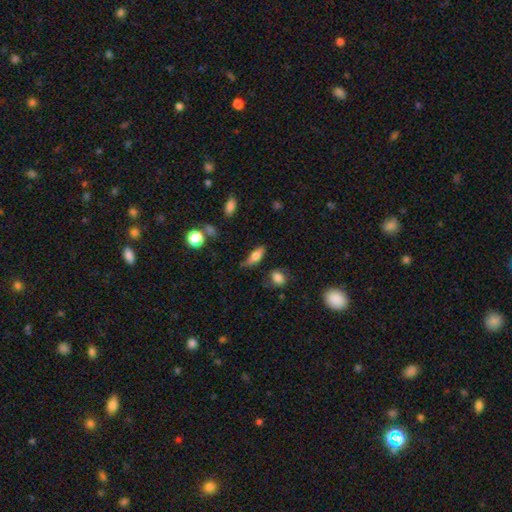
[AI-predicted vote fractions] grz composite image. It shows a smooth galaxy with no disk features (67%) that is in between round and cigar-shaped (65%). Merging: none (68%).